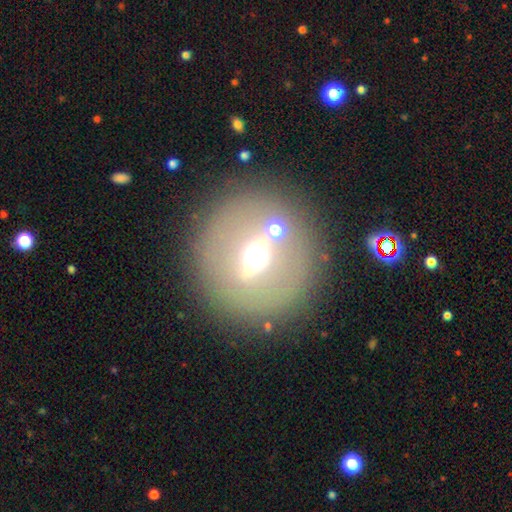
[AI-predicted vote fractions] Morphology: type=featured or disk (47%); merging=none (81%).